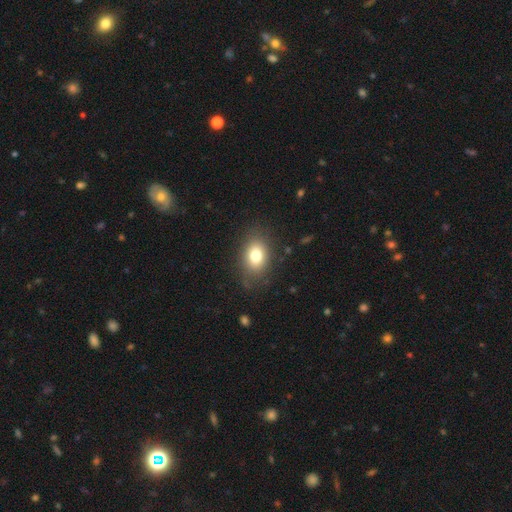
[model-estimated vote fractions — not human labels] A smooth galaxy with no disk features (79%) that is in between round and cigar-shaped (76%).

Vote fractions:
- Smooth or featured? smooth: 79% / featured or disk: 11% / star or artifact: 10%
- How rounded? in between: 76% / round: 23% / cigar-shaped: 1%
- Merging? none: 81% / minor disturbance: 13% / major disturbance: 5% / merger: 1%